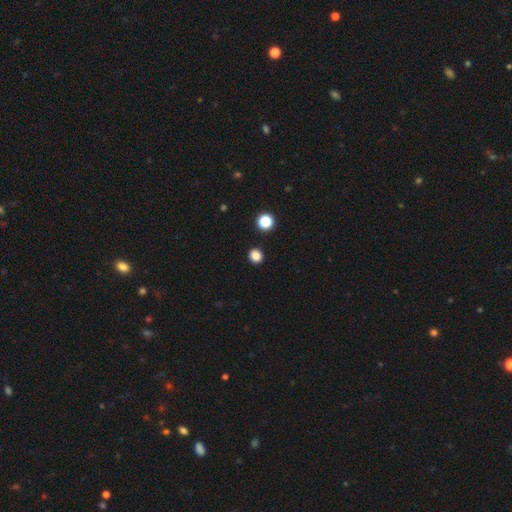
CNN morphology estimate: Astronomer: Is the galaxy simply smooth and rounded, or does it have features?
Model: smooth — 85%.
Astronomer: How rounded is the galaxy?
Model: round — 84%.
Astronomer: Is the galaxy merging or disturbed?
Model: none — 91%.